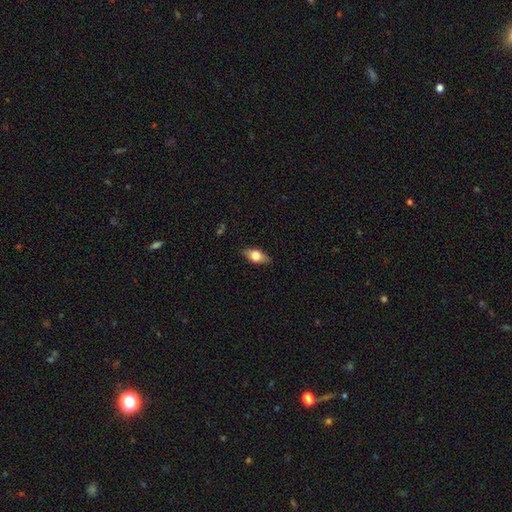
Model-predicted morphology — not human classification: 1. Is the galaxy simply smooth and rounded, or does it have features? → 67% smooth, 26% featured or disk, 7% star or artifact.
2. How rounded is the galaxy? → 83% in between, 10% cigar-shaped, 7% round.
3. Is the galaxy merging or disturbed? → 85% none, 12% minor disturbance, 2% major disturbance, 1% merger.